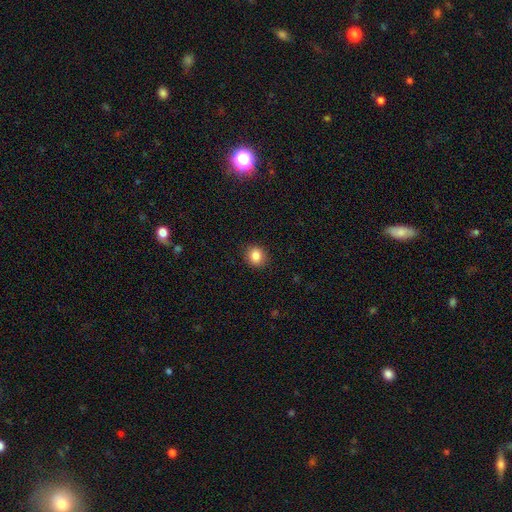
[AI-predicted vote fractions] This appears to be a smooth galaxy with no disk features (85%) that is round (77%). Merging: none (89%).